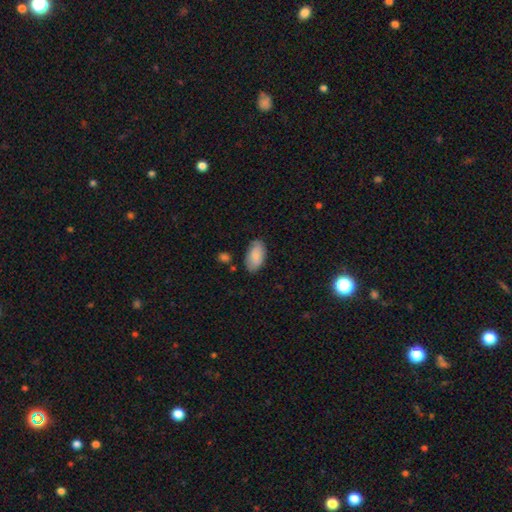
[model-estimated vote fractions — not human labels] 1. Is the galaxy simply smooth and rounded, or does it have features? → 83% smooth, 10% featured or disk, 6% star or artifact.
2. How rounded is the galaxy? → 95% in between, 3% round, 2% cigar-shaped.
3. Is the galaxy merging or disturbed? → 77% none, 17% minor disturbance, 3% major disturbance, 2% merger.